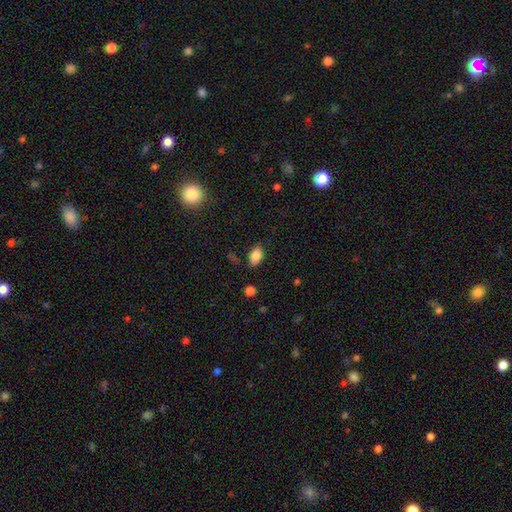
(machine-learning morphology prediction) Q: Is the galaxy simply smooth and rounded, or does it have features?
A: smooth — 84%.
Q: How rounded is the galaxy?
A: in between — 90%.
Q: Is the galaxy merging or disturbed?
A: none — 79%.